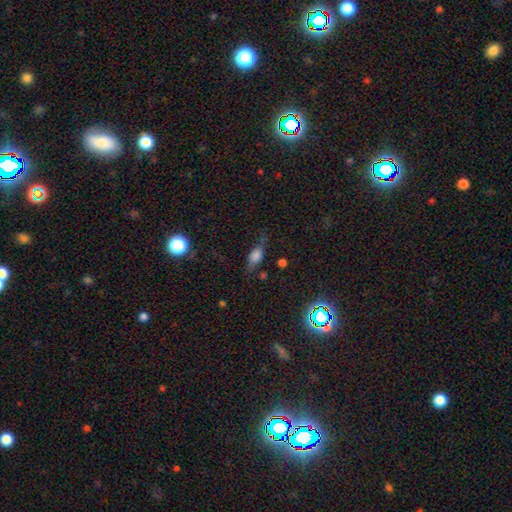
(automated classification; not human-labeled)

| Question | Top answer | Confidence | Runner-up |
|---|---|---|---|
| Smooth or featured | smooth | 61% | featured or disk (26%) |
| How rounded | in between | 69% | cigar-shaped (21%) |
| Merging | none | 59% | minor disturbance (26%) |